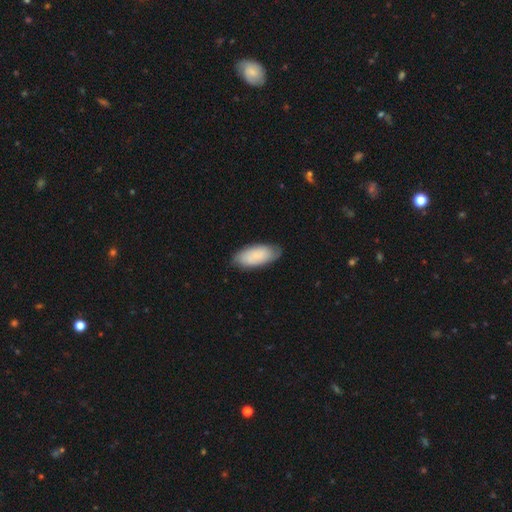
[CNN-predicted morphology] The model was most divided on "smooth or featured": smooth: 72%, featured or disk: 21%, star or artifact: 7%. More confident: how rounded — in between (90%); merging — none (77%).